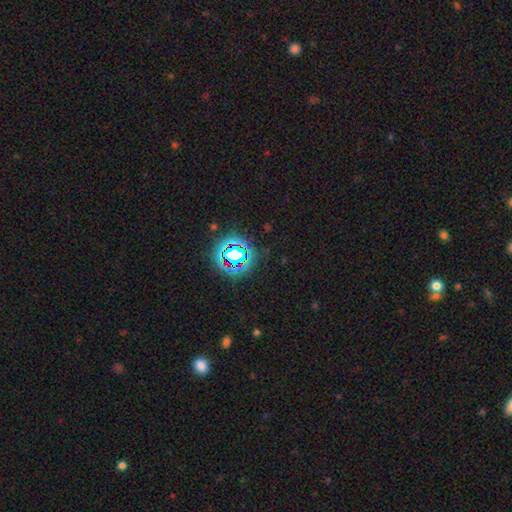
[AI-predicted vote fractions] star or artifact 75%, smooth 16%, featured or disk 8%.